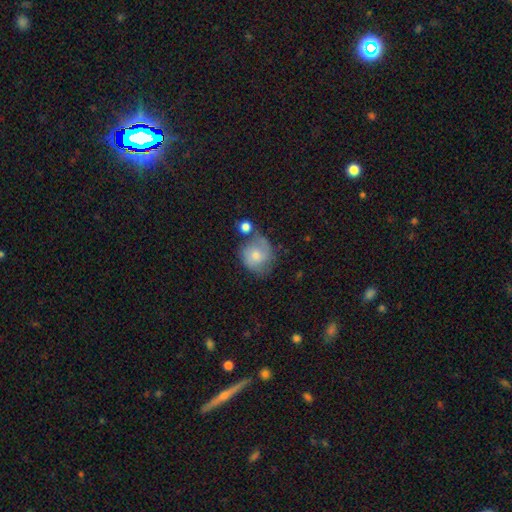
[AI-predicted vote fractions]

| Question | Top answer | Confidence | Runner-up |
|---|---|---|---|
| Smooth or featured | smooth | 52% | featured or disk (40%) |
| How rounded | round | 77% | in between (22%) |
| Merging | none | 50% | minor disturbance (26%) |